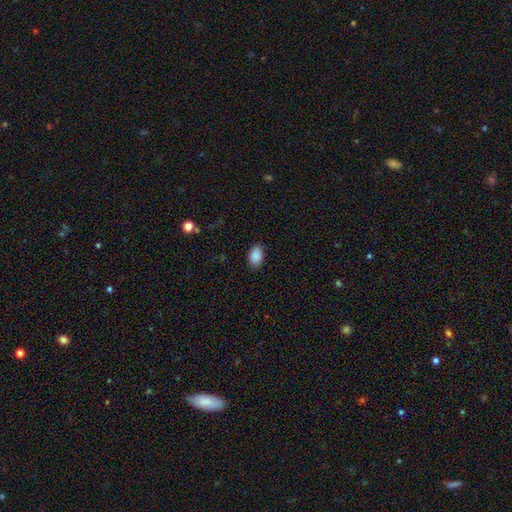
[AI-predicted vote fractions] This is clearly a smooth galaxy (89%). How rounded: clearly in between (90%). Merging: clearly none (85%).